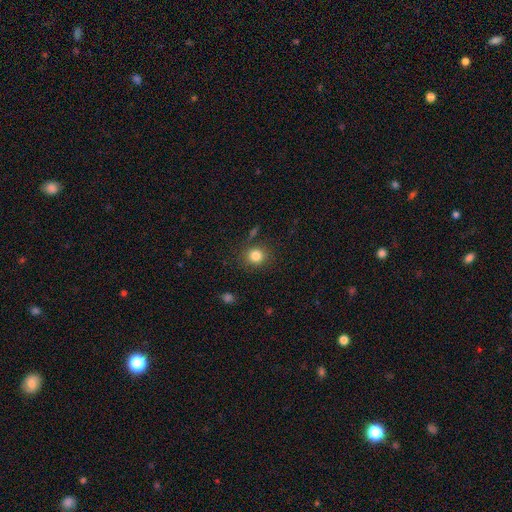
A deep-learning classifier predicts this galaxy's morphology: smooth-or-featured: smooth: 83% | star or artifact: 11% | featured or disk: 6%
  how-rounded: round: 83% | in between: 16% | cigar-shaped: 1%
  merging: none: 83% | minor disturbance: 10% | merger: 3% | major disturbance: 3%